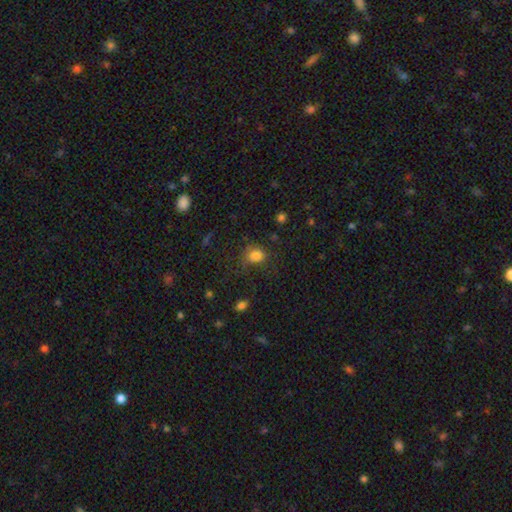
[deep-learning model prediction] smooth-or-featured: smooth: 79% | star or artifact: 14% | featured or disk: 7%
  how-rounded: round: 59% | in between: 39% | cigar-shaped: 1%
  merging: none: 62% | minor disturbance: 21% | major disturbance: 14% | merger: 3%